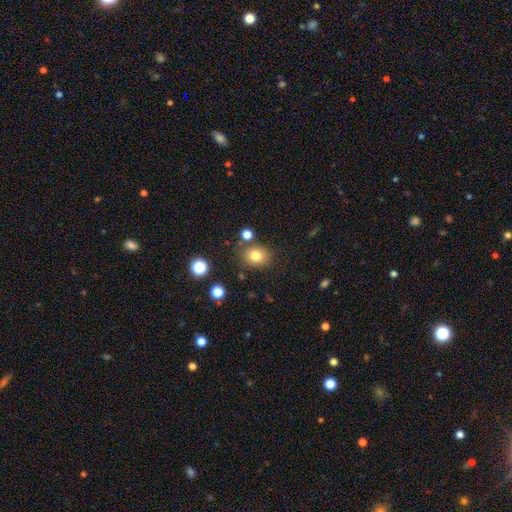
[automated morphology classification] A smooth galaxy with no disk features (79%) that is round (65%). Merging: none (79%).